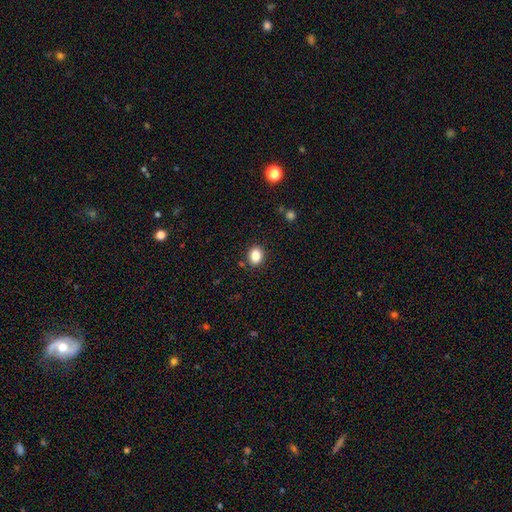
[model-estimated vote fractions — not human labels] The model was most divided on "how rounded": in between: 53%, round: 46%, cigar-shaped: 1%. More confident: merging — none (87%); smooth or featured — smooth (85%).